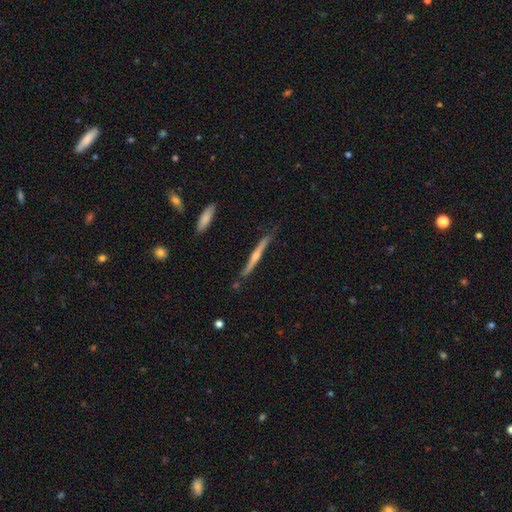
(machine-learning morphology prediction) A featured or disk galaxy (75%) viewed edge-on (97%) with a rounded central bulge (80%). Merging: none (84%).